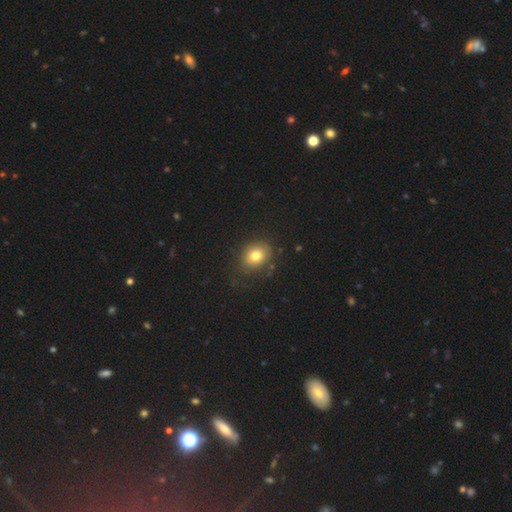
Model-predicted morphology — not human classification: smooth_or_featured: smooth (p=0.79) [alt: star or artifact p=0.11]
how_rounded: in between (p=0.54) [alt: round p=0.46]
merging: none (p=0.79) [alt: minor disturbance p=0.14]